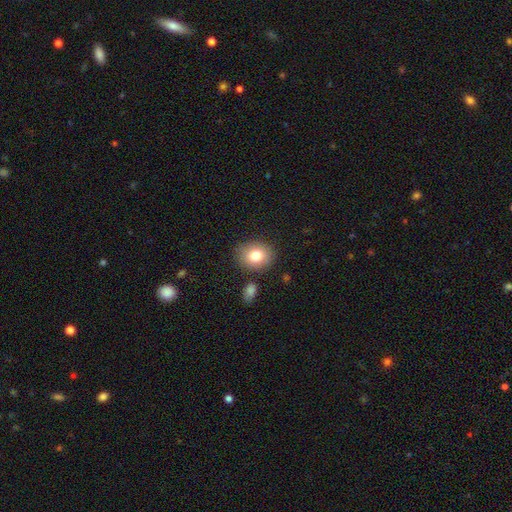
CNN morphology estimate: Smooth or featured: smooth — 80% (featured or disk — 11%)
How rounded: round — 58% (in between — 41%)
Merging: none — 82% (minor disturbance — 11%)